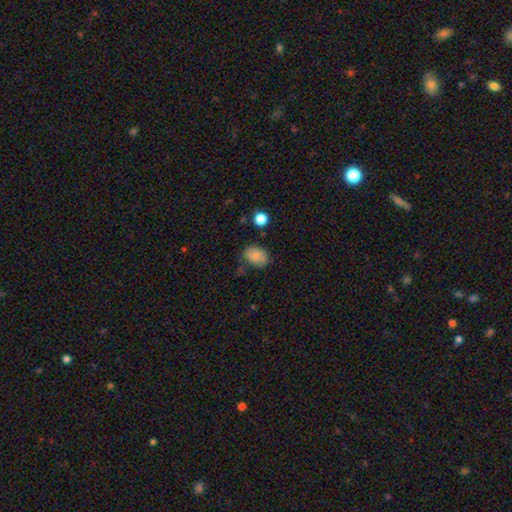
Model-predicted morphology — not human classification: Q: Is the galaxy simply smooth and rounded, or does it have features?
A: smooth — 79%.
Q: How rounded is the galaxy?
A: in between — 72%.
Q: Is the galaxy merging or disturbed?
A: none — 62%.